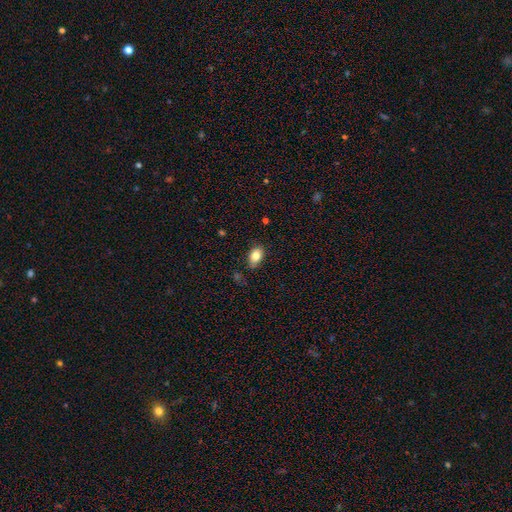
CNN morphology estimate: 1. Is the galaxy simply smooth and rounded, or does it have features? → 83% smooth, 9% featured or disk, 8% star or artifact.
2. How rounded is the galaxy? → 86% in between, 13% round, 2% cigar-shaped.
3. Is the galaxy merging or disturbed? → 80% none, 16% minor disturbance, 3% major disturbance, 2% merger.